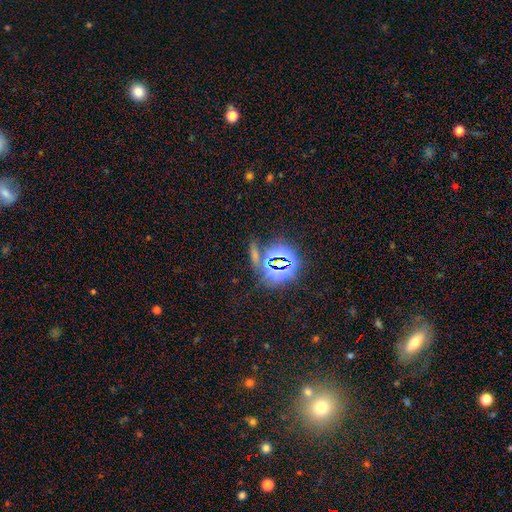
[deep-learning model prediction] smooth_or_featured: star or artifact (p=0.74) [alt: smooth p=0.17]